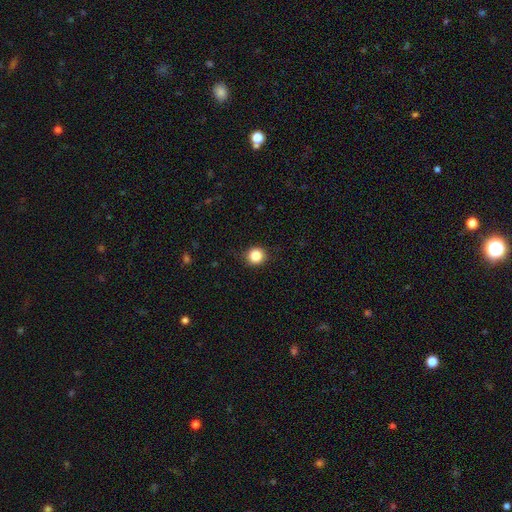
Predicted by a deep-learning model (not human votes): This appears to be a smooth galaxy with no disk features (86%) that is round (92%). Merging: none (89%).